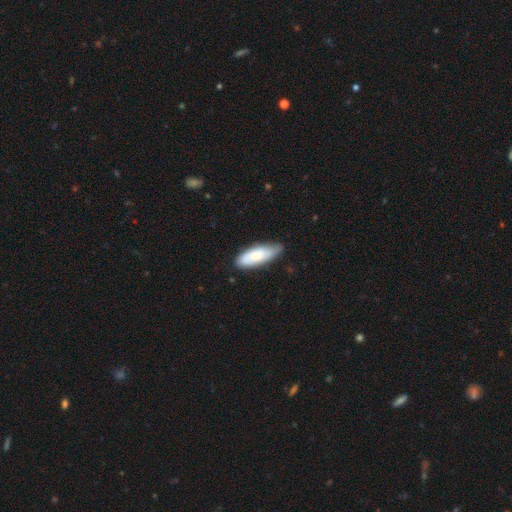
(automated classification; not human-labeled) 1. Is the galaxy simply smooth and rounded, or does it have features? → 69% smooth, 25% featured or disk, 5% star or artifact.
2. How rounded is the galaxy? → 69% in between, 29% cigar-shaped, 2% round.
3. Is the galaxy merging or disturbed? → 70% none, 24% minor disturbance, 4% major disturbance, 1% merger.